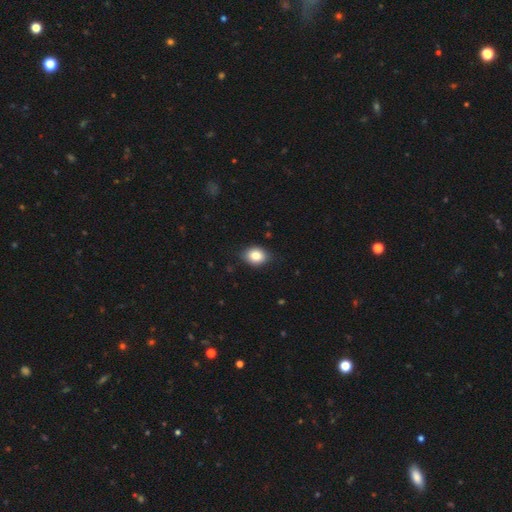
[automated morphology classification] smooth 84%, star or artifact 9%, featured or disk 7%. Down the decision tree: how rounded — in between (60%); merging — none (85%).